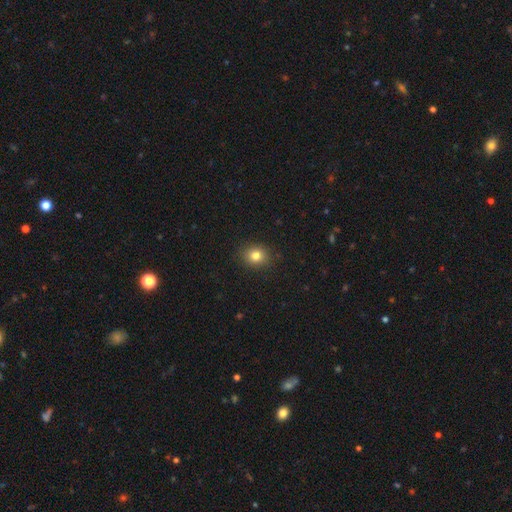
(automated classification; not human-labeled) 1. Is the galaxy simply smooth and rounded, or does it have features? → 81% smooth, 12% star or artifact, 7% featured or disk.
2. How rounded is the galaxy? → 70% round, 30% in between, 1% cigar-shaped.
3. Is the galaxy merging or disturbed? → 89% none, 7% minor disturbance, 2% major disturbance, 1% merger.